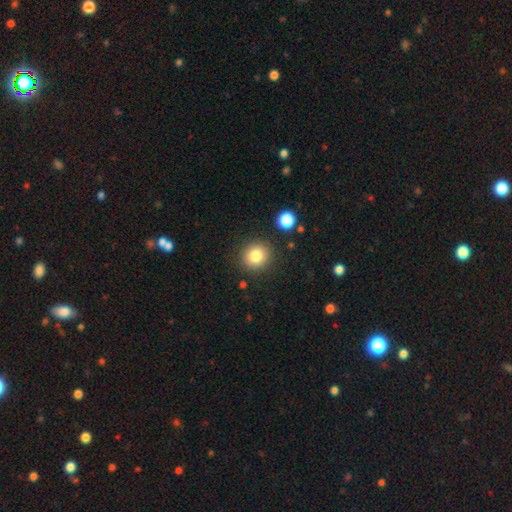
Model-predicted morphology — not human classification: The model was most divided on "smooth or featured": smooth: 83%, star or artifact: 10%, featured or disk: 7%. More confident: merging — none (87%); how rounded — round (86%).